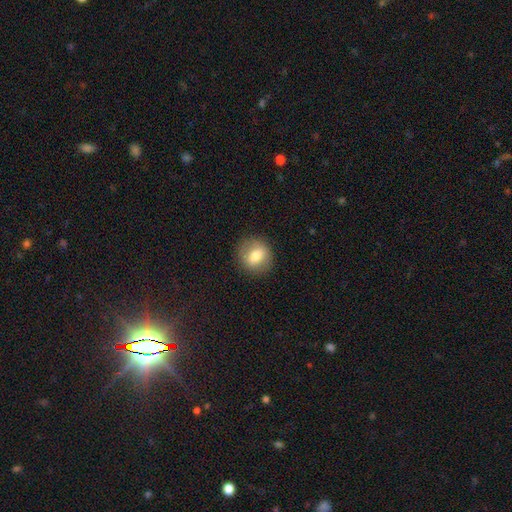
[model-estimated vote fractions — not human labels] This appears to be a smooth galaxy with no disk features (69%) that is round (84%). Merging: none (88%).